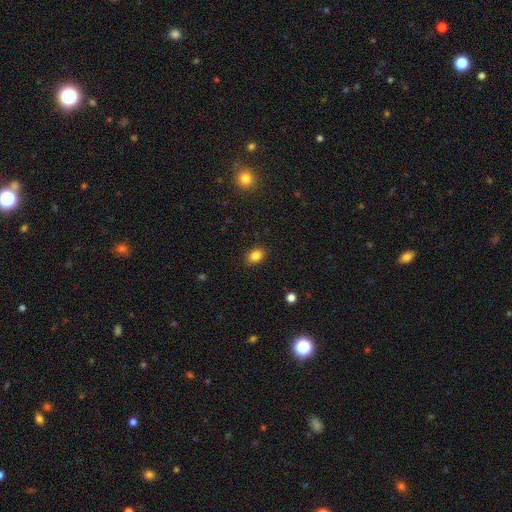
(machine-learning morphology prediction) Q: Smooth or featured?
A: smooth (84%); runner-up: star or artifact (10%)
Q: How rounded?
A: in between (70%); runner-up: round (29%)
Q: Merging?
A: none (88%); runner-up: minor disturbance (9%)